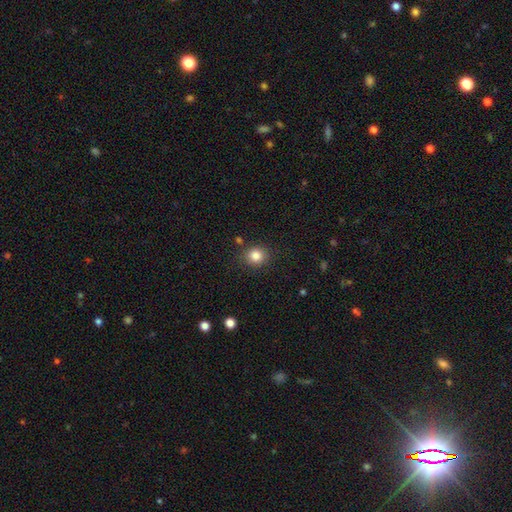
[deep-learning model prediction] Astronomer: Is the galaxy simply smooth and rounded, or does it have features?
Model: smooth — 85%.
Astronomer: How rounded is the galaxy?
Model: round — 83%.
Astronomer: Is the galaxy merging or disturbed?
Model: none — 85%.